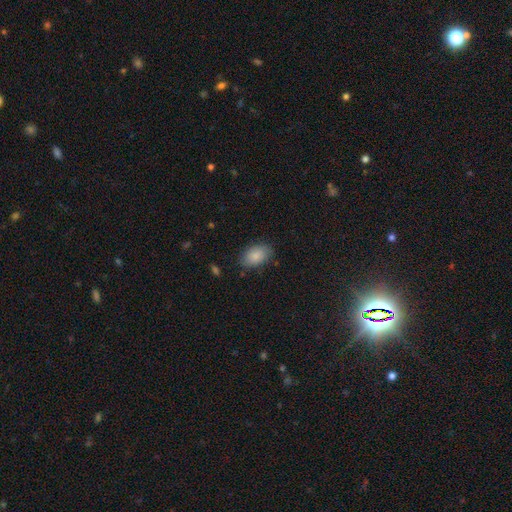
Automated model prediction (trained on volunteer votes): smooth-or-featured: smooth: 85% | featured or disk: 8% | star or artifact: 7%
  how-rounded: in between: 90% | round: 9% | cigar-shaped: 1%
  merging: none: 80% | minor disturbance: 15% | major disturbance: 3% | merger: 1%